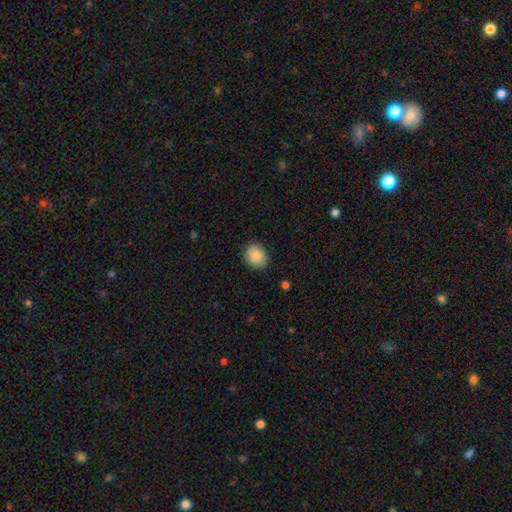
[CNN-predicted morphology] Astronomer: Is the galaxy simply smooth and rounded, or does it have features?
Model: smooth — 88%.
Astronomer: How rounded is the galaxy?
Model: round — 50% (runner-up: in between, 49%).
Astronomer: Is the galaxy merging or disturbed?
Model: none — 87%.